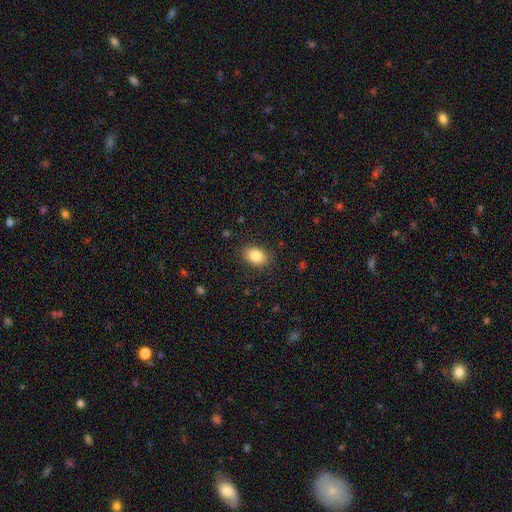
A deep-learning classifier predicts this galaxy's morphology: type=smooth (84%); roundness=in between (79%); merging=none (87%).